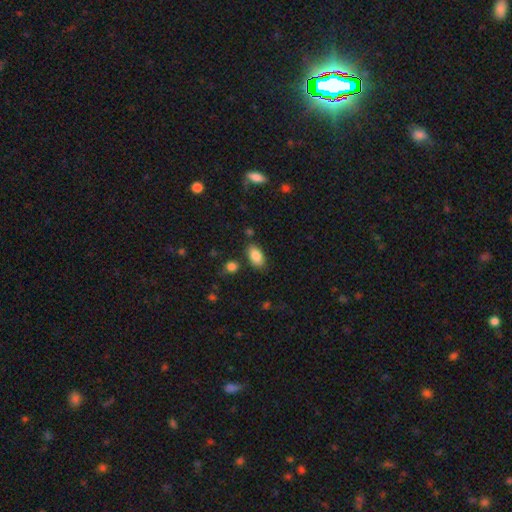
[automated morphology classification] A smooth galaxy with no disk features (85%) that is in between round and cigar-shaped (92%). Merging: none (80%).